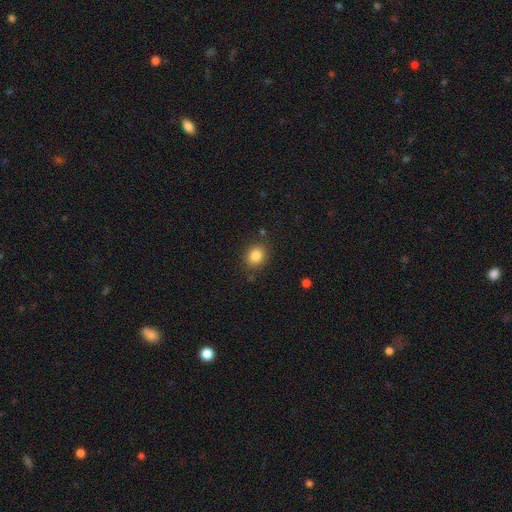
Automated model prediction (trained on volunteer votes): Smooth or featured? Predicted: smooth (p=0.84). How rounded? Predicted: round (p=0.65). Merging? Predicted: none (p=0.84).